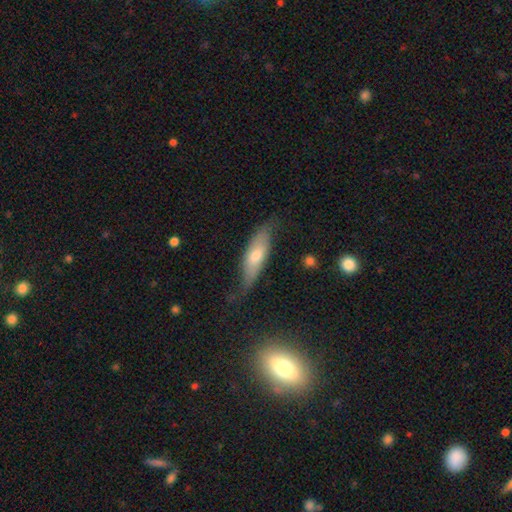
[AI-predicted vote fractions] The model was most divided on "how rounded": in between: 49%, cigar-shaped: 48%, round: 3%. More confident: merging — none (59%); smooth or featured — smooth (54%).